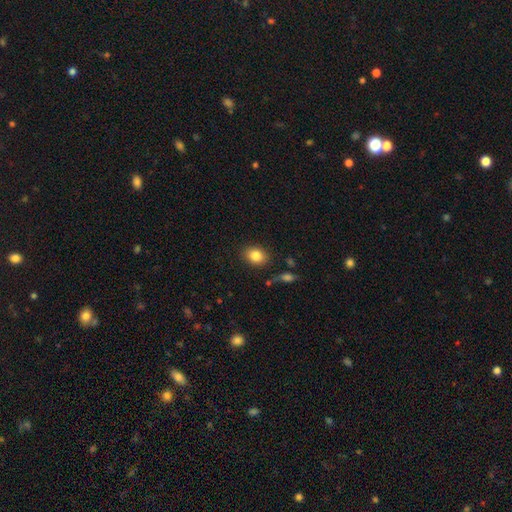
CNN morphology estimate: Overall: smooth (84%). How rounded: in between (61%; round 38%). Merging: none (85%).